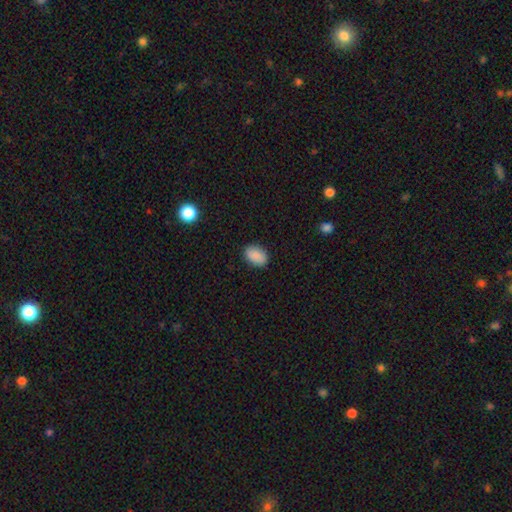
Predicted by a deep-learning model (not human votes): A smooth galaxy with no disk features (88%) that is in between round and cigar-shaped (84%).

Vote fractions:
- Smooth or featured? smooth: 88% / star or artifact: 7% / featured or disk: 4%
- How rounded? in between: 84% / round: 15% / cigar-shaped: 1%
- Merging? none: 86% / minor disturbance: 10% / major disturbance: 2% / merger: 1%